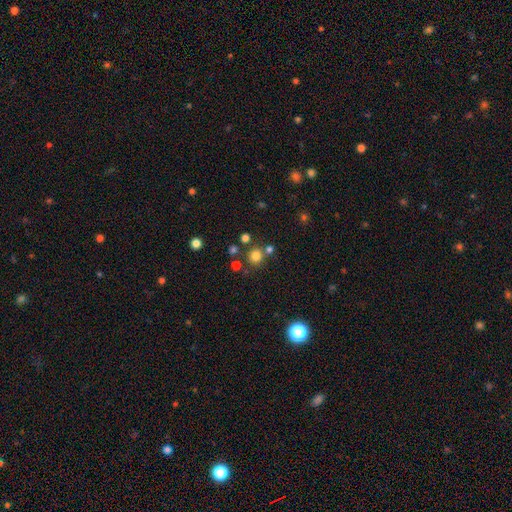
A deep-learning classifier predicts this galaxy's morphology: Smooth or featured? Predicted: smooth (p=0.77). How rounded? Predicted: round (p=0.91). Merging? Predicted: none (p=0.75).